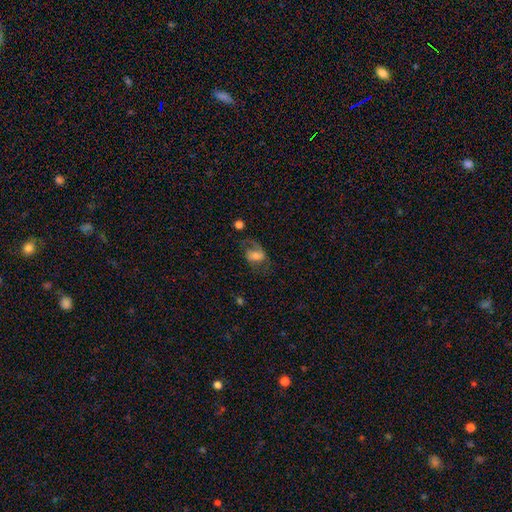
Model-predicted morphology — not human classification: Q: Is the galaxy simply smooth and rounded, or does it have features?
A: featured or disk — 54%.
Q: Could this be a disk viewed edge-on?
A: no — 96%.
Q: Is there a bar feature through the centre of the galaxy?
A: weak — 40%, tied with no.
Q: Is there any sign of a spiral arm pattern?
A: yes — 81%.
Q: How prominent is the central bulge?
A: moderate — 47%.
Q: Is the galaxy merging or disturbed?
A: none — 50%.